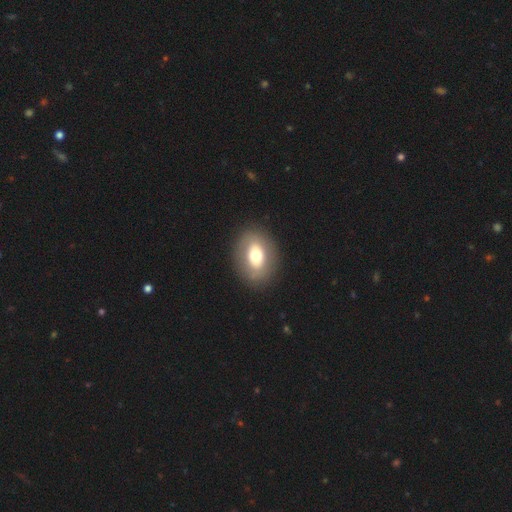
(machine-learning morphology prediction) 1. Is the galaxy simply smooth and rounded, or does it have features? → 63% smooth, 29% featured or disk, 8% star or artifact.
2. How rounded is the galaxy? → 72% in between, 27% round, 1% cigar-shaped.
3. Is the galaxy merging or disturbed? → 86% none, 8% minor disturbance, 4% major disturbance, 1% merger.